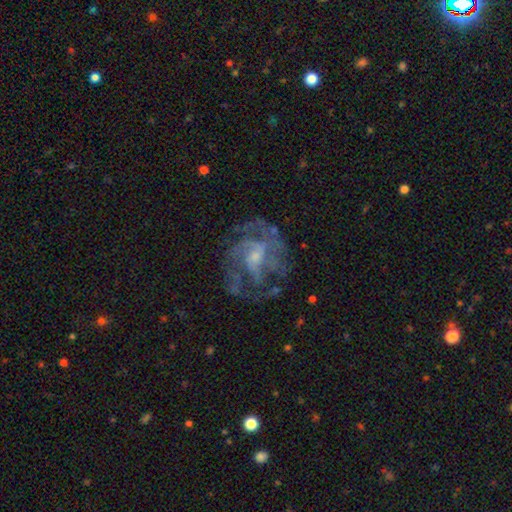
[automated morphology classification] featured or disk 78%, smooth 13%, star or artifact 9%. Down the decision tree: edge-on disk — no (98%); bar — no (55%); spiral arms — yes (76%); spiral arm count — can't tell (35%); spiral winding — medium (46%); bulge size — small (55%); merging — none (57%).